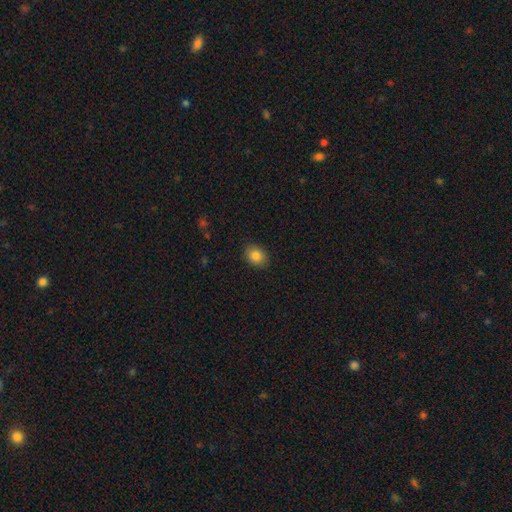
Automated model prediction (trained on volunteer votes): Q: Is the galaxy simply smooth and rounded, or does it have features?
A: smooth — 85%.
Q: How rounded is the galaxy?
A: in between — 51%.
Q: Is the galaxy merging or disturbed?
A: none — 88%.